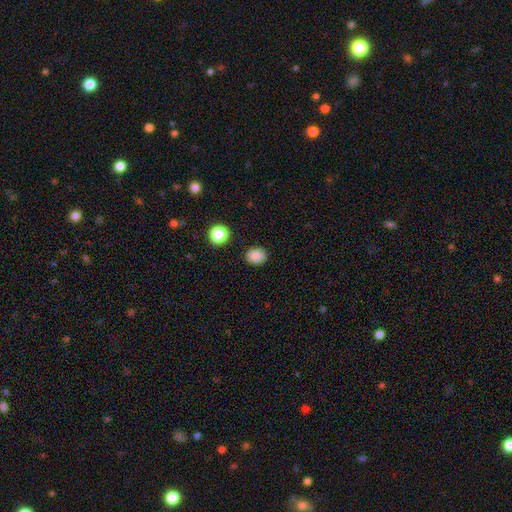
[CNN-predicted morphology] This is clearly a smooth galaxy (85%). How rounded: likely round (73%). Merging: clearly none (88%).